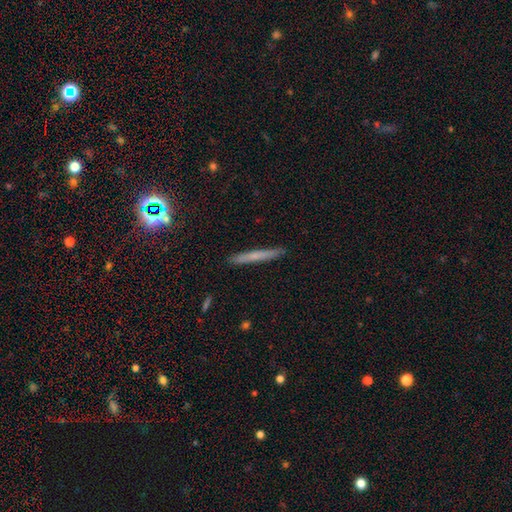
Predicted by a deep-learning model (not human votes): smooth_or_featured: smooth (p=0.59) [alt: featured or disk p=0.32]
how_rounded: cigar-shaped (p=0.96) [alt: in between p=0.02]
merging: none (p=0.90) [alt: minor disturbance p=0.07]